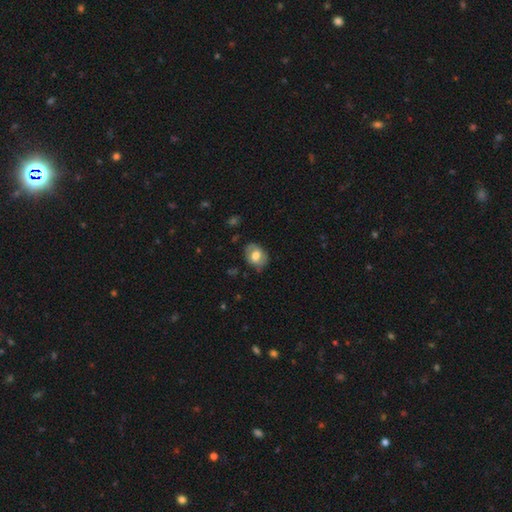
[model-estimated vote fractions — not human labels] Q: Smooth or featured?
A: smooth (59%); runner-up: featured or disk (34%)
Q: How rounded?
A: in between (66%); runner-up: round (33%)
Q: Merging?
A: none (76%); runner-up: minor disturbance (18%)